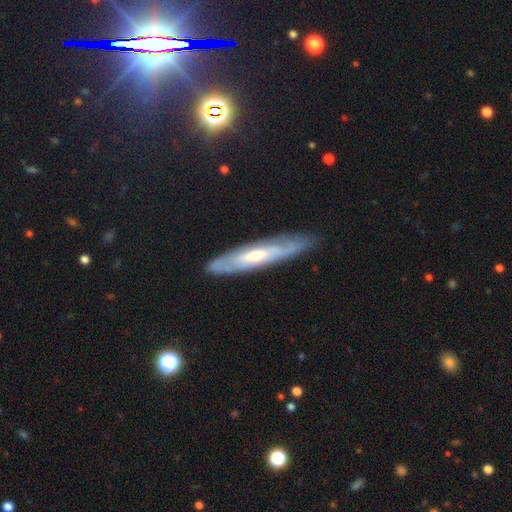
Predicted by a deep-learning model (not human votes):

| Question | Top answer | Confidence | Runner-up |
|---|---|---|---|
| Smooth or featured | featured or disk | 66% | smooth (25%) |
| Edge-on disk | yes | 64% | no (36%) |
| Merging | none | 84% | minor disturbance (12%) |